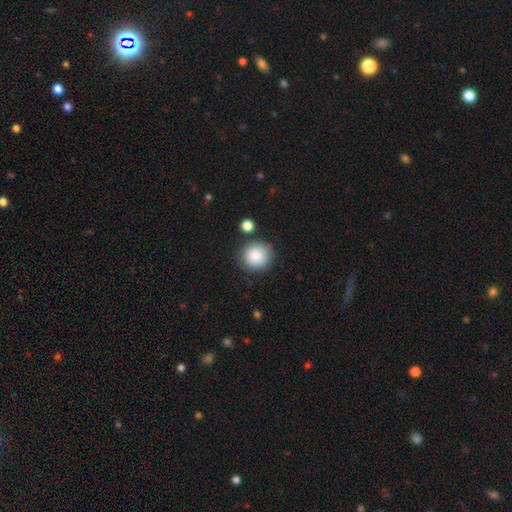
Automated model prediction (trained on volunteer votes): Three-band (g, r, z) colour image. It shows a smooth galaxy with no disk features (87%) that is round (92%). Merging: none (83%).